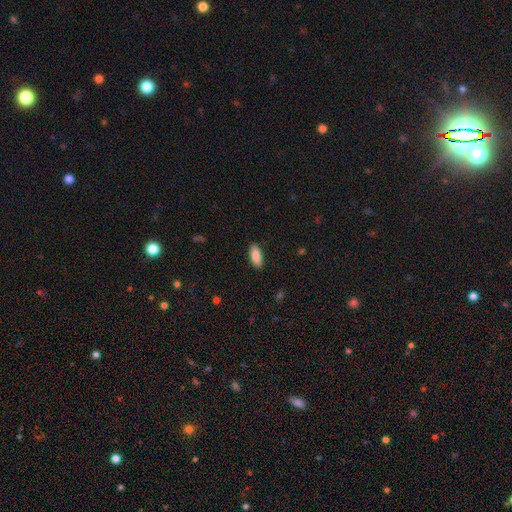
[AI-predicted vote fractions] Smooth or featured? smooth (89%)
How rounded? in between (86%)
Merging? none (88%)